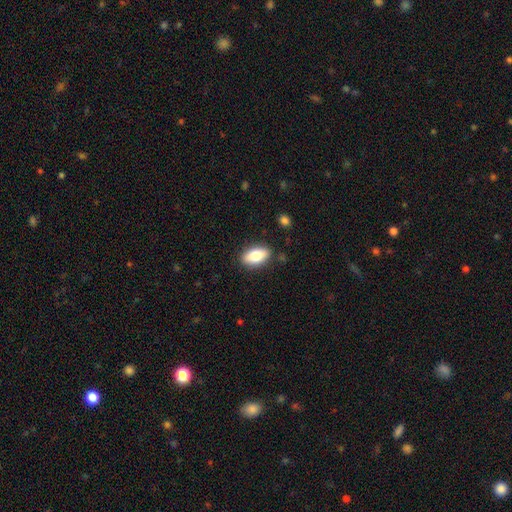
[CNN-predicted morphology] Smooth or featured: smooth — 79% (featured or disk — 14%)
How rounded: in between — 89% (round — 5%)
Merging: none — 87% (minor disturbance — 9%)